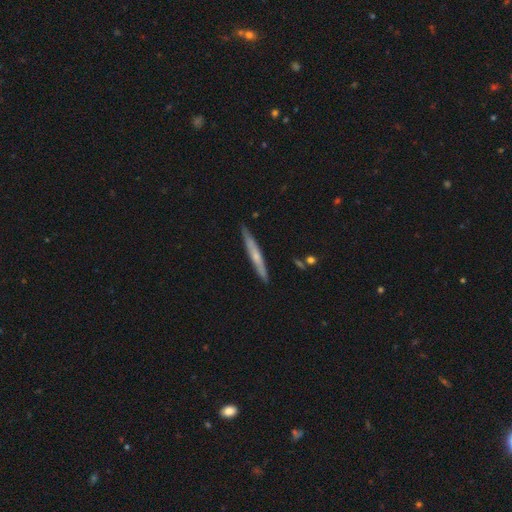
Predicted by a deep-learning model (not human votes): Smooth or featured? Predicted: featured or disk (p=0.51). Edge-on disk? Predicted: yes (p=0.94). Merging? Predicted: none (p=0.88).